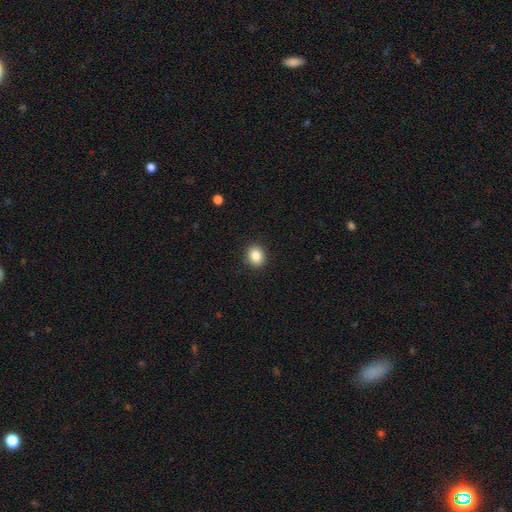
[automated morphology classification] Smooth or featured? Predicted: smooth (p=0.86). How rounded? Predicted: round (p=0.65). Merging? Predicted: none (p=0.90).